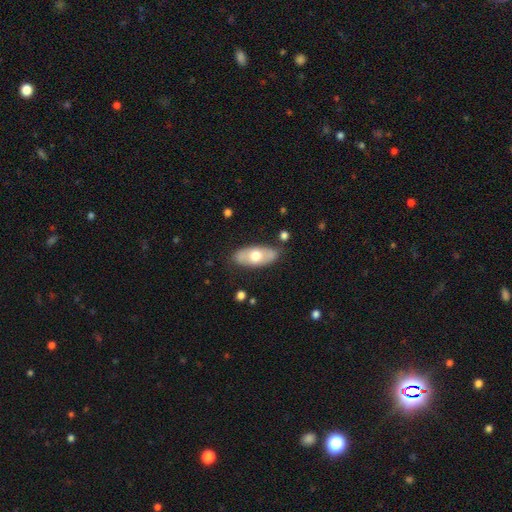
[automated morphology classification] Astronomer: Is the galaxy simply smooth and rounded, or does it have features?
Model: smooth — 57% (runner-up: featured or disk, 38%).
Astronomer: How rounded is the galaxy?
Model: in between — 89%.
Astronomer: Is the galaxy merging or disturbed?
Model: none — 81%.